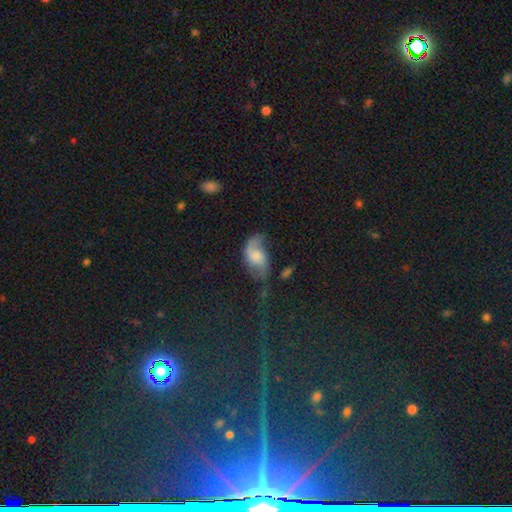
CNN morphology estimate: Q: Smooth or featured?
A: featured or disk (59%); runner-up: smooth (32%)
Q: Edge-on disk?
A: no (96%); runner-up: yes (4%)
Q: Bar?
A: no (59%); runner-up: weak (35%)
Q: Spiral arms?
A: yes (88%); runner-up: no (12%)
Q: Spiral winding?
A: loose (63%); runner-up: medium (28%)
Q: Spiral arm count?
A: 2 (80%); runner-up: 1 (11%)
Q: Bulge size?
A: moderate (29%); runner-up: none (25%)
Q: Merging?
A: none (44%); runner-up: minor disturbance (30%)